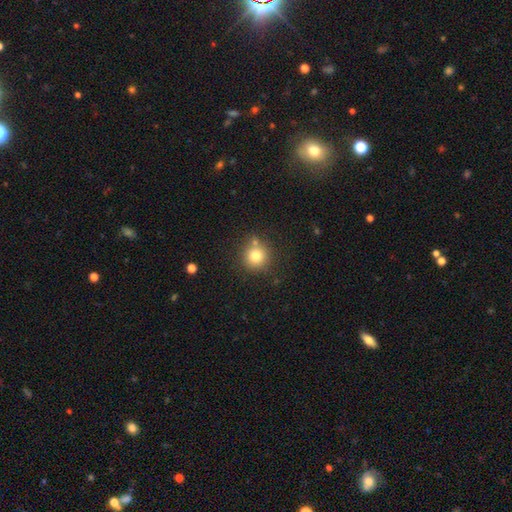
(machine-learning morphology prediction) type=smooth (79%); roundness=round (92%); merging=none (75%).